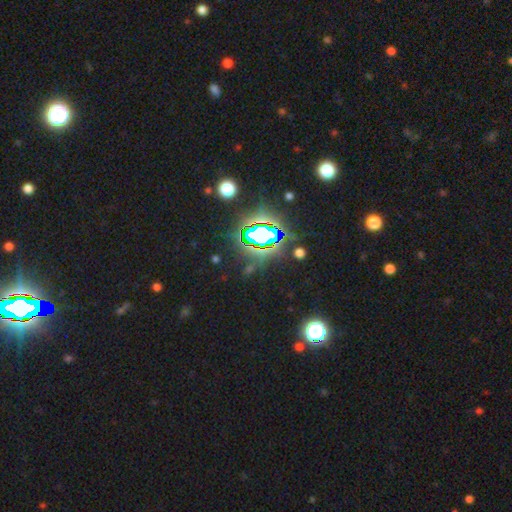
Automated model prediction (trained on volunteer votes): The model was most divided on "smooth or featured": star or artifact: 84%, smooth: 9%, featured or disk: 6%.